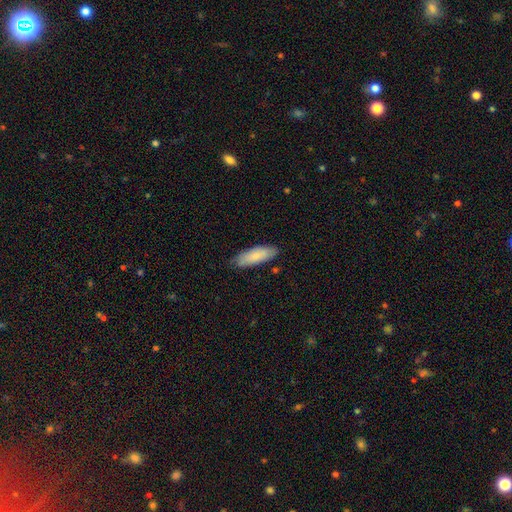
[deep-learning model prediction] This is clearly a smooth galaxy (84%). How rounded: likely in between (60%). Merging: clearly none (81%).